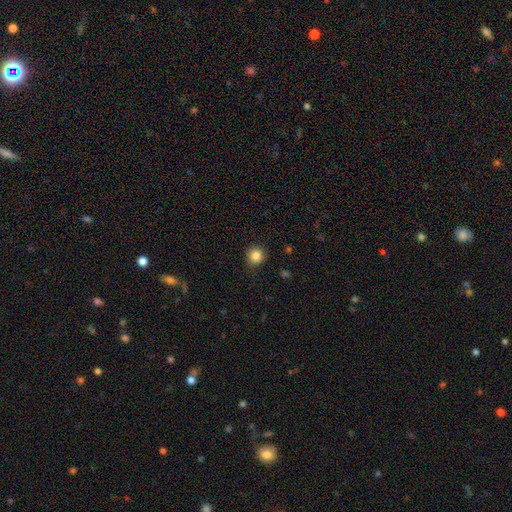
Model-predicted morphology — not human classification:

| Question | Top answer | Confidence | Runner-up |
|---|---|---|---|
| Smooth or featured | smooth | 85% | star or artifact (11%) |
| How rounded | round | 92% | in between (7%) |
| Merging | none | 87% | minor disturbance (9%) |